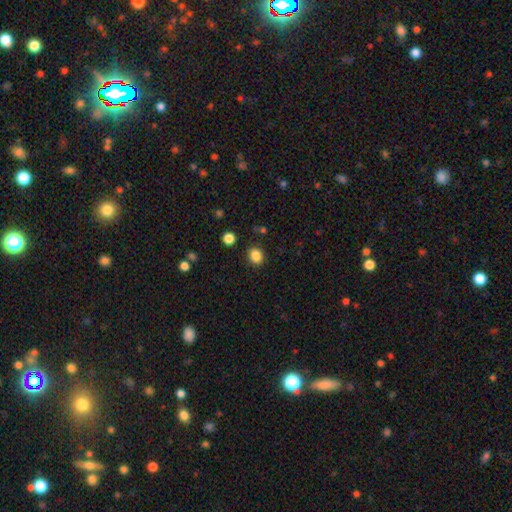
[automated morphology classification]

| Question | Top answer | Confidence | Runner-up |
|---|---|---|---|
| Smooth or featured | smooth | 86% | star or artifact (11%) |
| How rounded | round | 67% | in between (33%) |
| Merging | none | 88% | minor disturbance (7%) |